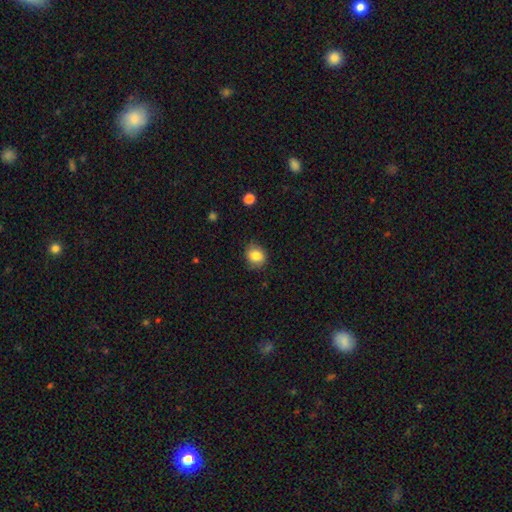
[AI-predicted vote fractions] This appears to be a smooth galaxy with no disk features (84%) that is round (66%). Merging: none (82%).